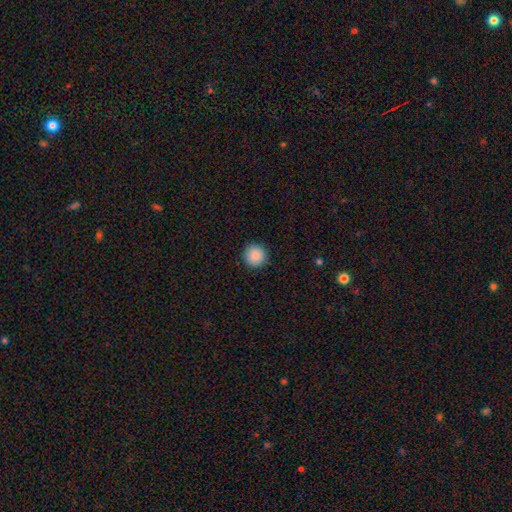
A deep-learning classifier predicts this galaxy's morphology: smooth 88%, star or artifact 8%, featured or disk 3%. Down the decision tree: how rounded — round (95%); merging — none (92%).